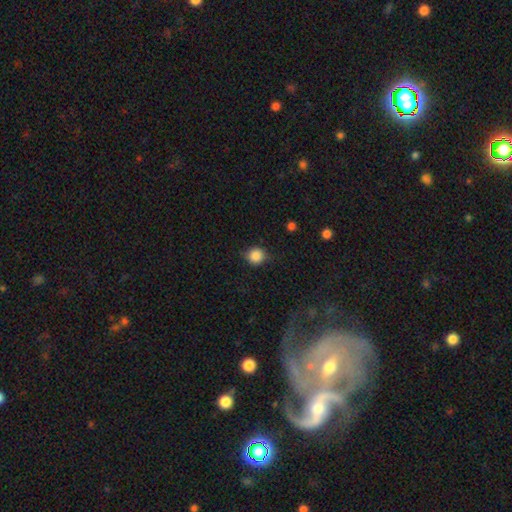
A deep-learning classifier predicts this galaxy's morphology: Smooth or featured? smooth (86%)
How rounded? round (89%)
Merging? none (81%)